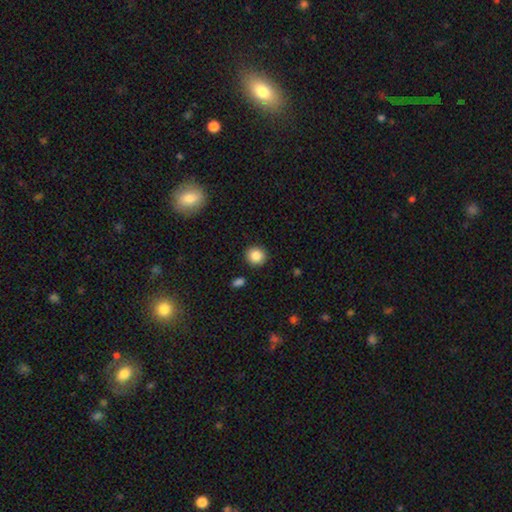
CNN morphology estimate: This appears to be a smooth galaxy with no disk features (86%) that is round (89%). Merging: none (90%).